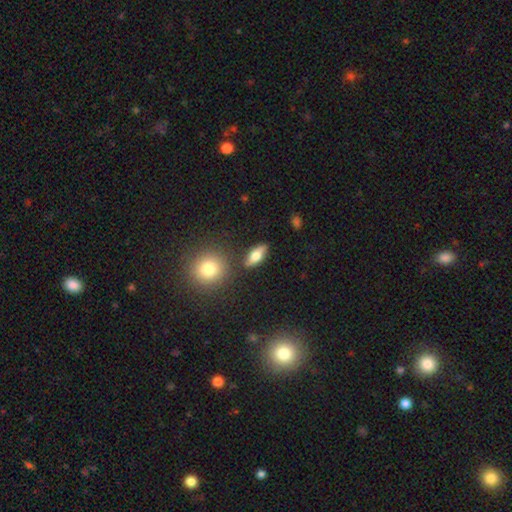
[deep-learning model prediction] Overall: smooth (58%; featured or disk 34%). How rounded: in between (68%). Merging: none (81%).